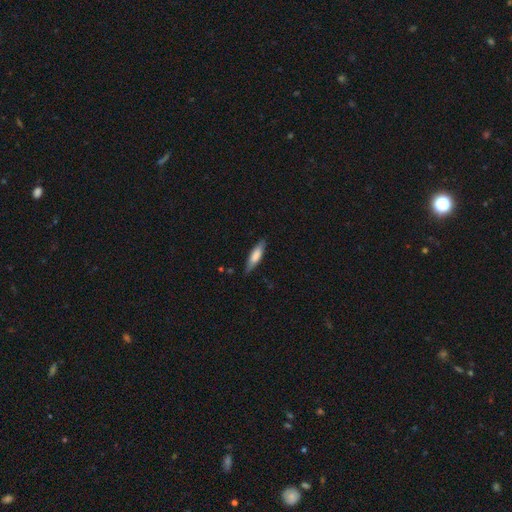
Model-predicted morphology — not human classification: Smooth or featured?
  - smooth: 72% *
  - featured or disk: 22%
  - star or artifact: 6%
How rounded?
  - cigar-shaped: 62% *
  - in between: 37%
  - round: 2%
Merging?
  - none: 82% *
  - minor disturbance: 15%
  - major disturbance: 3%
  - merger: 1%